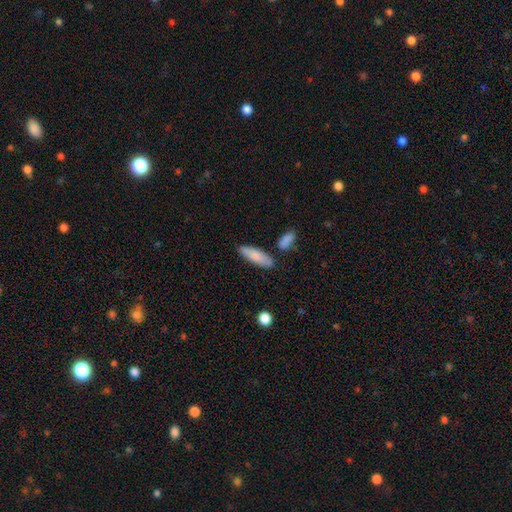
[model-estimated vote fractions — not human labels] smooth_or_featured: smooth (p=0.83) [alt: featured or disk p=0.11]
how_rounded: in between (p=0.52) [alt: cigar-shaped p=0.46]
merging: none (p=0.79) [alt: minor disturbance p=0.13]